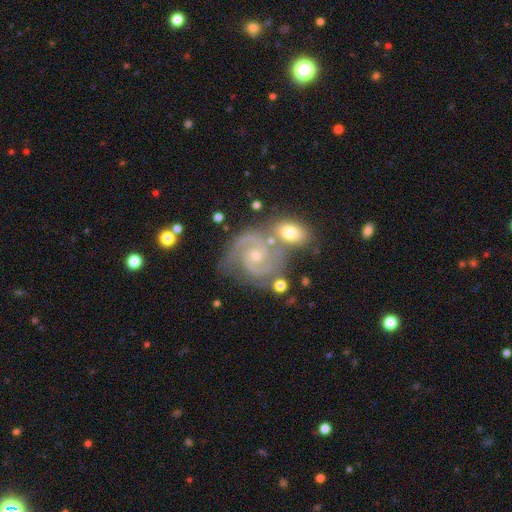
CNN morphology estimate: This appears to be a featured or disk galaxy (91%) with no bar (63%), 2 (82%) tight (51%) spiral arms (98%) and a small central bulge (63%). Merging: none (56%).